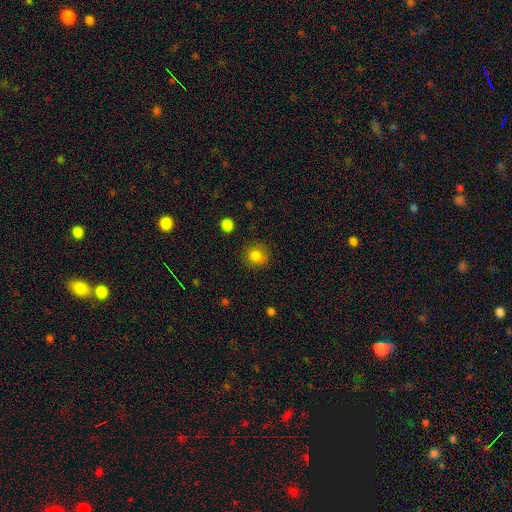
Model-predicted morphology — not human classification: This is clearly a smooth galaxy (84%). How rounded: clearly round (87%). Merging: clearly none (86%).